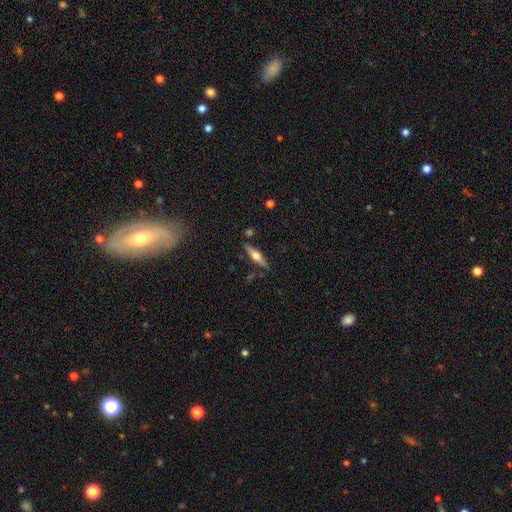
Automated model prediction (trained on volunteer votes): A featured or disk galaxy (61%) viewed edge-on (95%) with a rounded central bulge (93%).

Vote fractions:
- Smooth or featured? featured or disk: 61% / smooth: 33% / star or artifact: 6%
- Edge-on disk? yes: 95% / no: 5%
- Edge-on bulge? rounded: 93% / boxy: 4% / none: 3%
- Merging? none: 84% / minor disturbance: 10% / merger: 3% / major disturbance: 2%